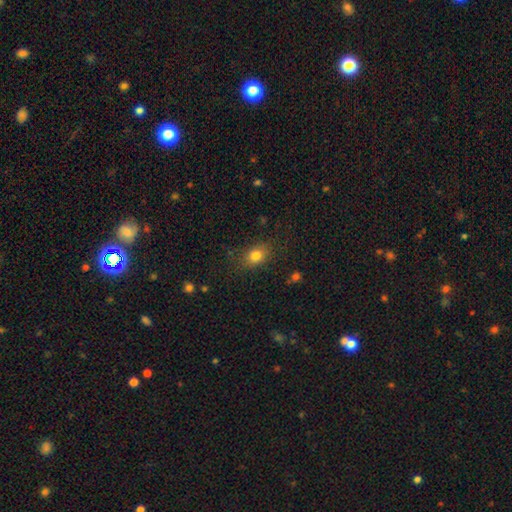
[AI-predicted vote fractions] smooth_or_featured: smooth (p=0.80) [alt: star or artifact p=0.12]
how_rounded: in between (p=0.58) [alt: round p=0.41]
merging: none (p=0.79) [alt: minor disturbance p=0.14]